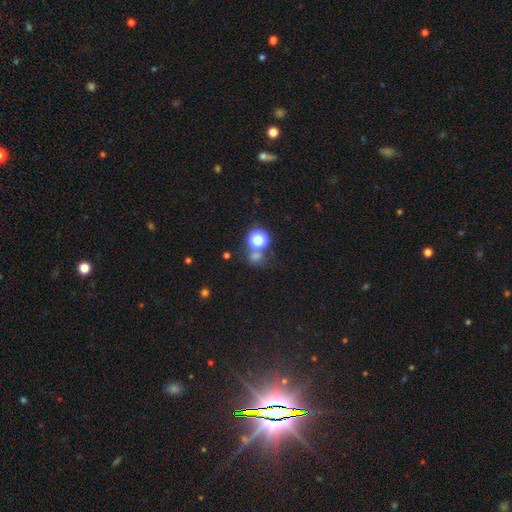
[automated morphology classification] The model was most divided on "smooth or featured": smooth: 58%, star or artifact: 34%, featured or disk: 8%. More confident: how rounded — round (77%); merging — none (56%).